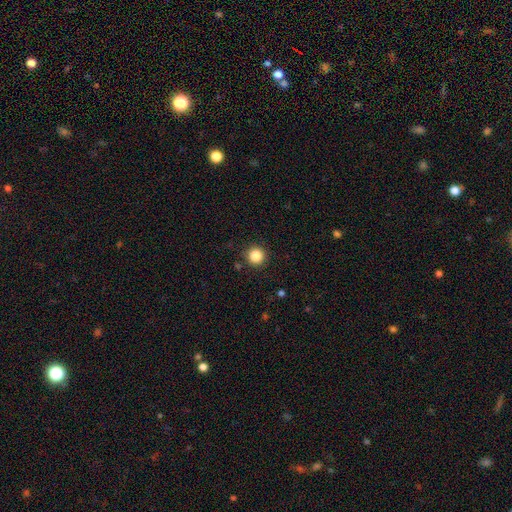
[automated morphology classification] Smooth or featured? smooth (85%)
How rounded? round (95%)
Merging? none (91%)